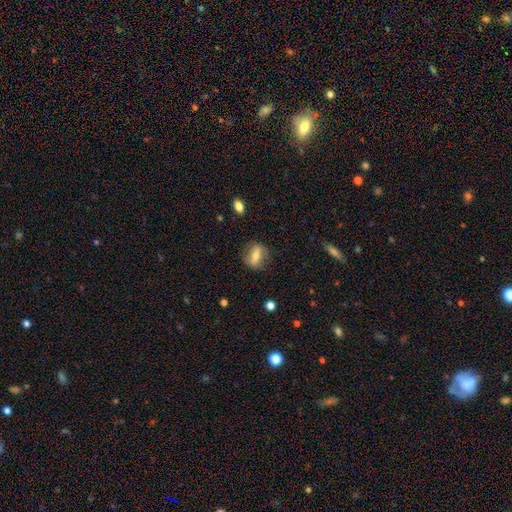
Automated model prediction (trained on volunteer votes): A smooth galaxy with no disk features (51%) that is in between round and cigar-shaped (55%).

Vote fractions:
- Smooth or featured? smooth: 51% / featured or disk: 41% / star or artifact: 8%
- How rounded? in between: 55% / round: 31% / cigar-shaped: 14%
- Merging? none: 79% / minor disturbance: 14% / major disturbance: 5% / merger: 1%